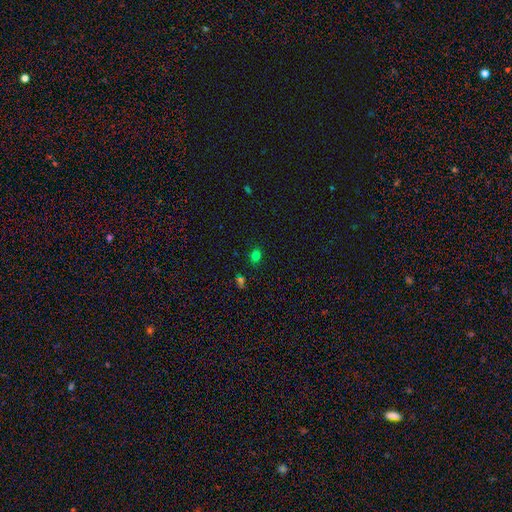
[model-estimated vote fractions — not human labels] Smooth or featured? Predicted: smooth (p=0.74). How rounded? Predicted: round (p=0.55). Merging? Predicted: none (p=0.84).